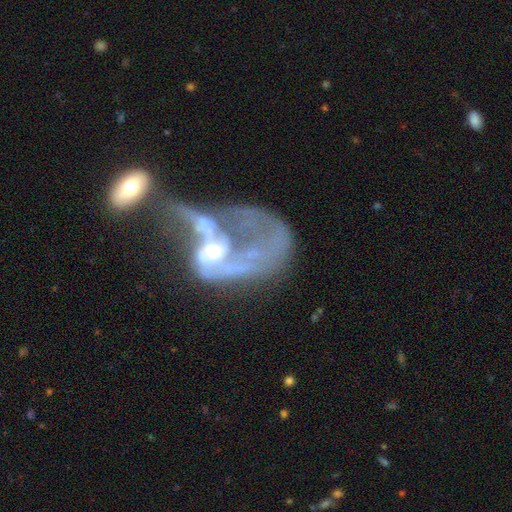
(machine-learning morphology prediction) featured or disk 76%, smooth 14%, star or artifact 10%. Down the decision tree: edge-on disk — no (96%); bar — no (69%); spiral arms — yes (58%); bulge size — moderate (41%, tied with small); merging — merger (60%).